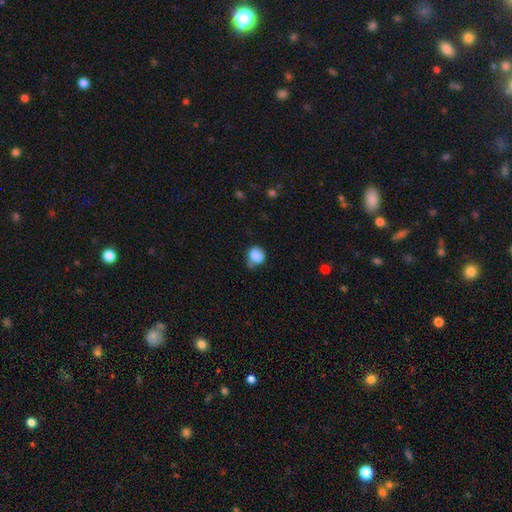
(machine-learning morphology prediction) Smooth or featured?
  - smooth: 84% *
  - star or artifact: 9%
  - featured or disk: 8%
How rounded?
  - round: 73% *
  - in between: 26%
  - cigar-shaped: 1%
Merging?
  - none: 48% *
  - minor disturbance: 32%
  - major disturbance: 10%
  - merger: 10%